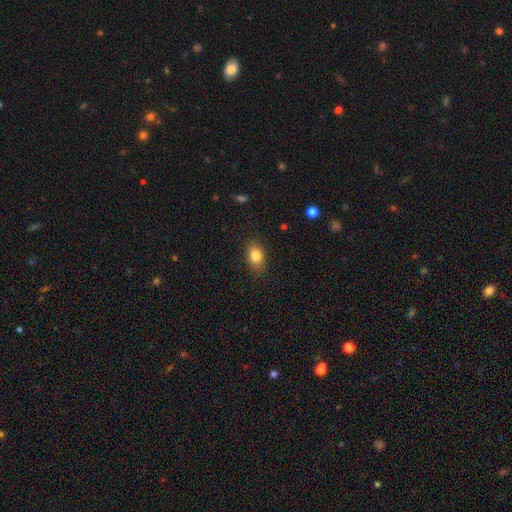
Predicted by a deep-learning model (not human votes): This appears to be a smooth galaxy with no disk features (83%) that is in between round and cigar-shaped (77%). Merging: none (85%).